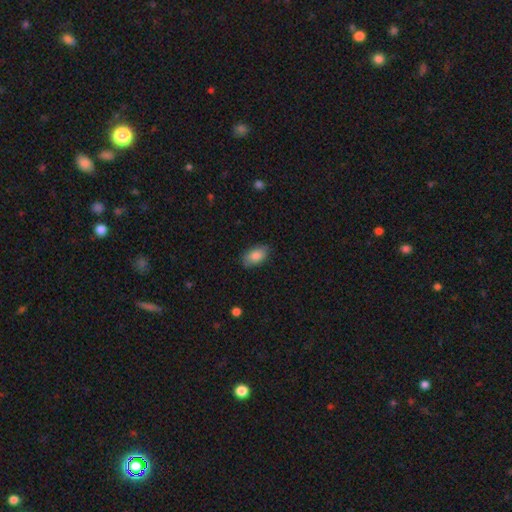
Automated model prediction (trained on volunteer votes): A smooth galaxy with no disk features (85%) that is in between round and cigar-shaped (92%).

Vote fractions:
- Smooth or featured? smooth: 85% / featured or disk: 8% / star or artifact: 7%
- How rounded? in between: 92% / round: 5% / cigar-shaped: 2%
- Merging? none: 80% / minor disturbance: 16% / major disturbance: 3% / merger: 1%